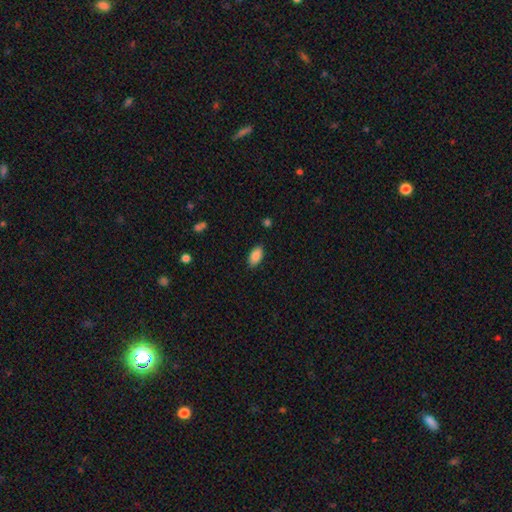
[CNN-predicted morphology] Smooth or featured? smooth (86%)
How rounded? in between (93%)
Merging? none (87%)